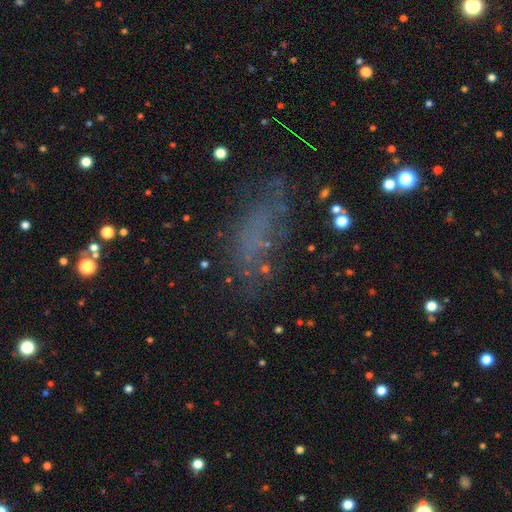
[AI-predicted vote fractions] Q: Smooth or featured?
A: smooth (47%); runner-up: featured or disk (28%)
Q: Merging?
A: none (60%); runner-up: minor disturbance (21%)